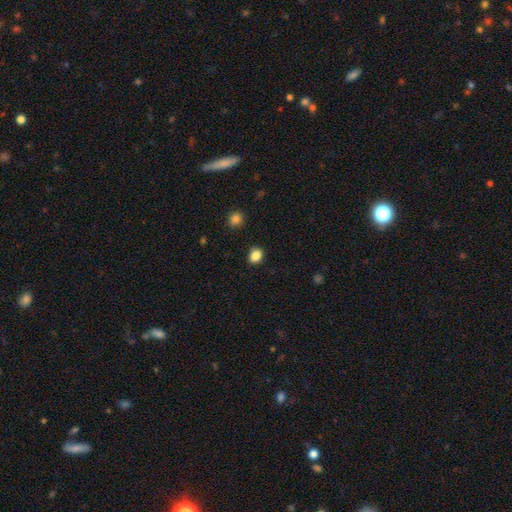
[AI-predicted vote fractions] Smooth or featured: smooth — 85% (star or artifact — 11%)
How rounded: round — 52% (in between — 47%)
Merging: none — 85% (minor disturbance — 11%)